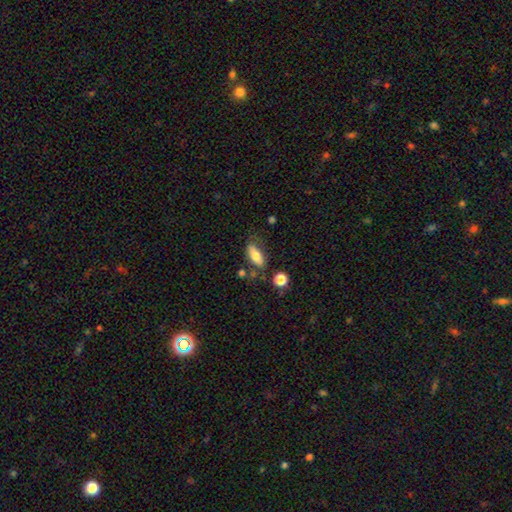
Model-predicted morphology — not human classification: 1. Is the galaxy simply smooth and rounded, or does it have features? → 72% smooth, 21% featured or disk, 7% star or artifact.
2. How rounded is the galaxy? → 81% in between, 16% cigar-shaped, 4% round.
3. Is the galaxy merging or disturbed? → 64% none, 21% minor disturbance, 8% merger, 8% major disturbance.